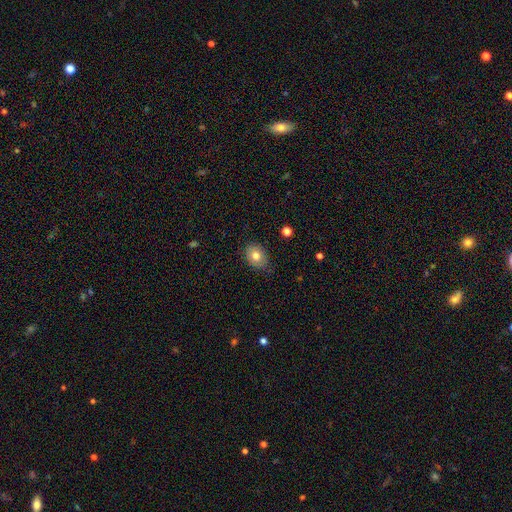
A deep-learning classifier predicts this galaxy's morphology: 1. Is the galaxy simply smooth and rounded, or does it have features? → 79% smooth, 13% featured or disk, 9% star or artifact.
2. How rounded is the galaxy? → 65% in between, 34% round, 1% cigar-shaped.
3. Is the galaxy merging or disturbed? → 82% none, 15% minor disturbance, 3% major disturbance, 1% merger.